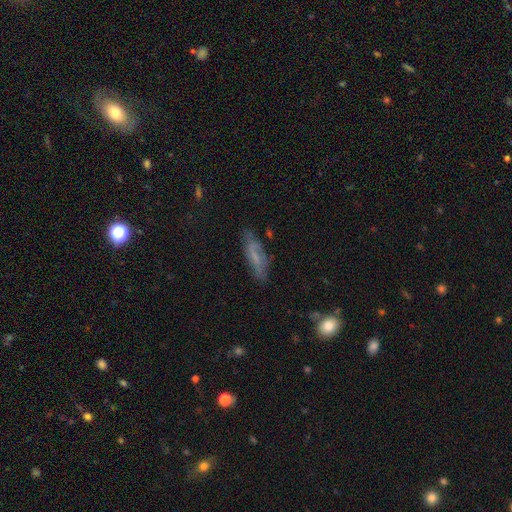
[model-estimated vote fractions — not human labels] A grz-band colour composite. It shows a smooth galaxy with no disk features (49%). Merging: none (77%).